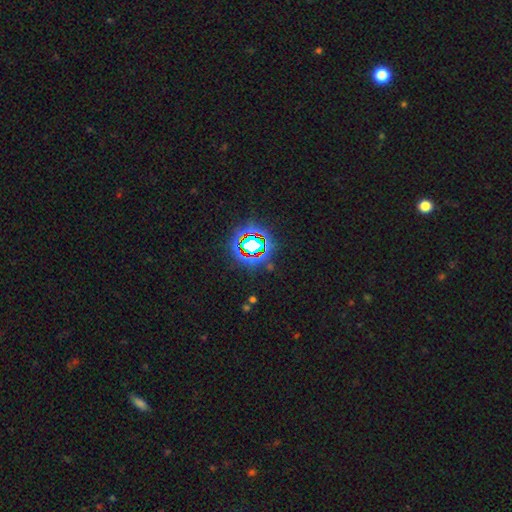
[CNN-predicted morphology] The model was most divided on "smooth or featured": star or artifact: 76%, smooth: 14%, featured or disk: 10%.